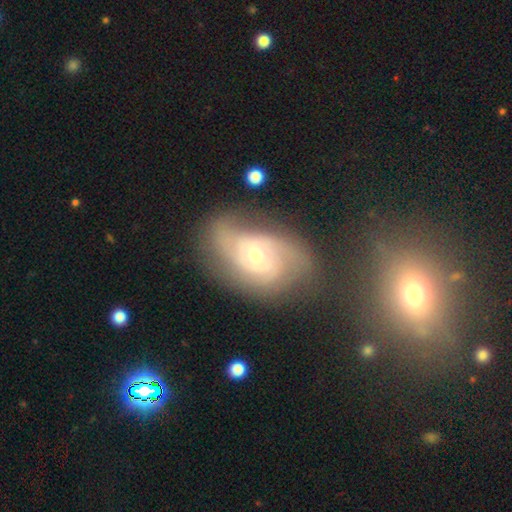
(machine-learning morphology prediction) Smooth or featured? Predicted: featured or disk (p=0.80). Edge-on disk? Predicted: no (p=0.96). Bar? Predicted: no (p=0.66). Spiral arms? Predicted: yes (p=0.93). Spiral winding? Predicted: tight (p=0.47). Spiral arm count? Predicted: 2 (p=0.38). Bulge size? Predicted: small (p=0.57). Merging? Predicted: none (p=0.57).